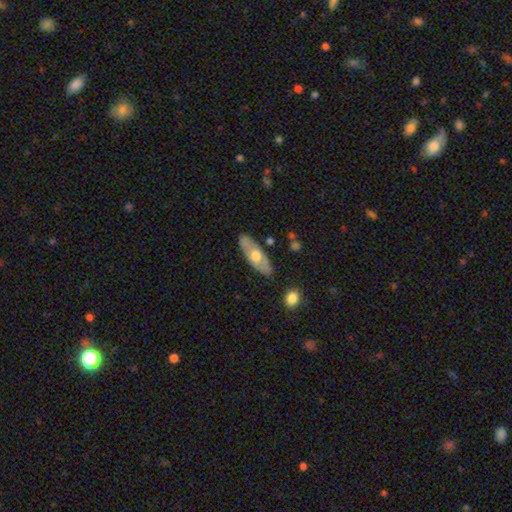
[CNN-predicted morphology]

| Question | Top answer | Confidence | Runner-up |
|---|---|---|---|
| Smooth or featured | featured or disk | 48% | smooth (47%) |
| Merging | none | 84% | minor disturbance (12%) |